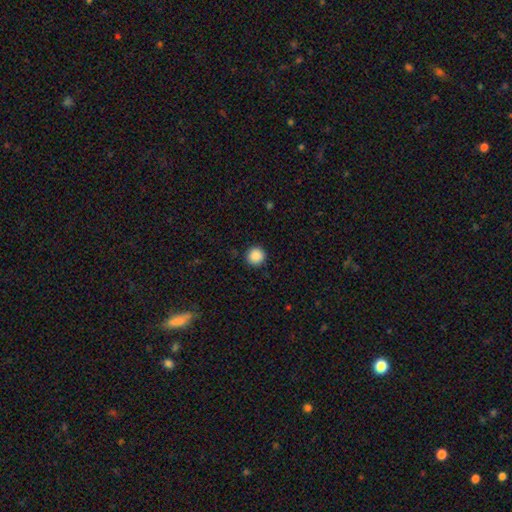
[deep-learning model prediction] A smooth galaxy with no disk features (88%) that is round (95%). Merging: none (91%).